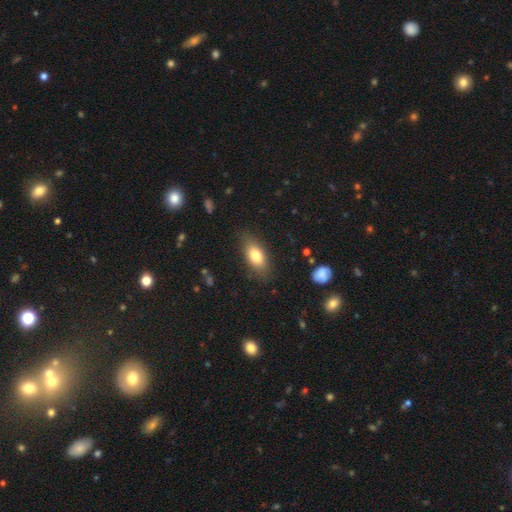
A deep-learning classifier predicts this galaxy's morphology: Smooth or featured?
  - smooth: 78% *
  - featured or disk: 14%
  - star or artifact: 7%
How rounded?
  - in between: 84% *
  - cigar-shaped: 10%
  - round: 6%
Merging?
  - none: 80% *
  - minor disturbance: 14%
  - major disturbance: 4%
  - merger: 1%